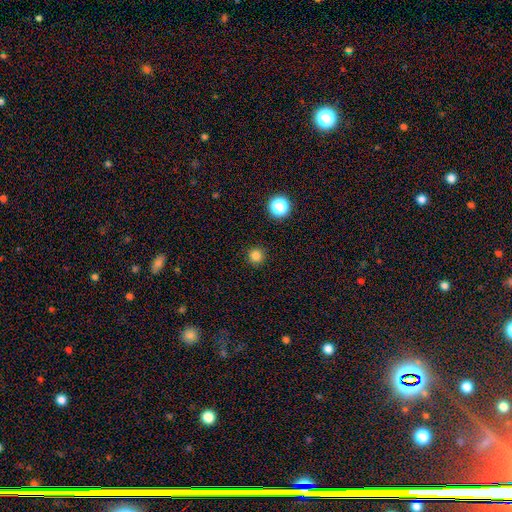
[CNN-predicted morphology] Smooth or featured: smooth — 81% (star or artifact — 15%)
How rounded: round — 96% (in between — 3%)
Merging: none — 92% (minor disturbance — 5%)